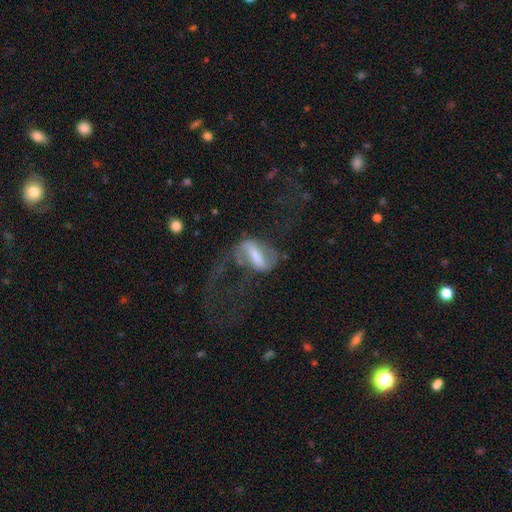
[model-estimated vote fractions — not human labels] The model was most divided on "bulge size" (2-way tie): small: 30%, moderate: 30%, none: 26%, large: 11%, dominant: 3%. Remaining: edge-on disk — no (88%); spiral arms — yes (71%); bar — strong (68%); smooth or featured — featured or disk (68%); merging — major disturbance (48%).